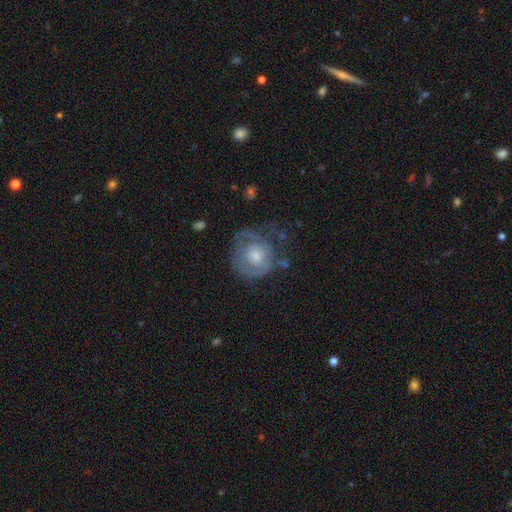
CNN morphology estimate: This is possibly a featured or disk galaxy (59%). It is clearly not viewed edge-on (97%). Bar: likely no (80%). Spiral arm pattern: likely yes (63%). Central bulge: possibly moderate (54%). Merging: possibly none (57%).